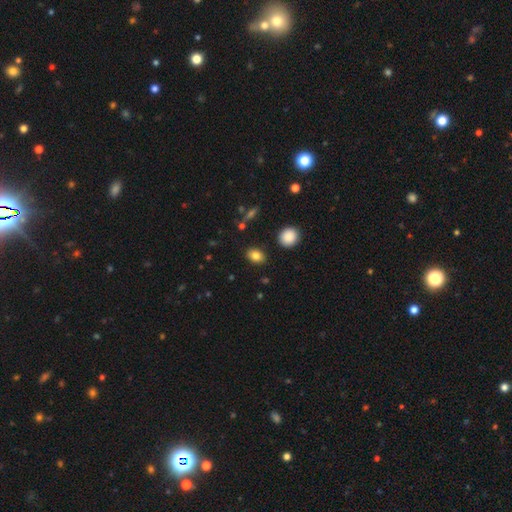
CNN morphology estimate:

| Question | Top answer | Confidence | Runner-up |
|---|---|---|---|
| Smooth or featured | smooth | 83% | star or artifact (10%) |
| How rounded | in between | 73% | round (26%) |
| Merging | none | 87% | minor disturbance (8%) |